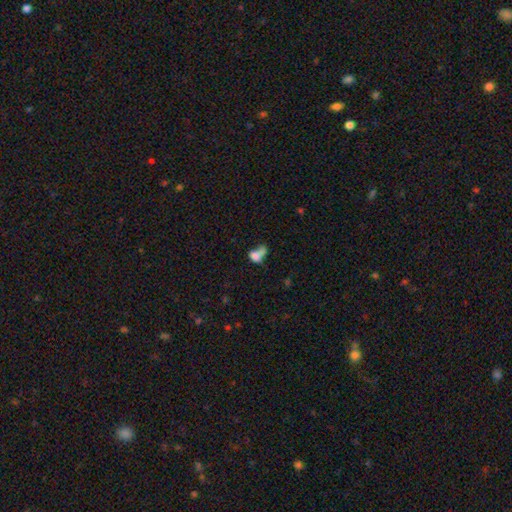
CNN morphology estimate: This appears to be a smooth galaxy with no disk features (71%) that is in between round and cigar-shaped (70%). Merging: merger (58%).